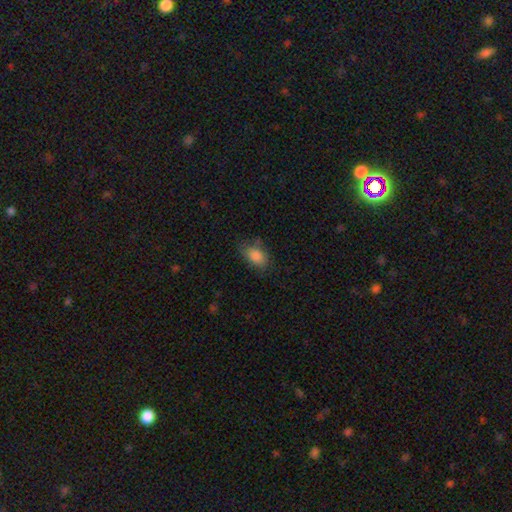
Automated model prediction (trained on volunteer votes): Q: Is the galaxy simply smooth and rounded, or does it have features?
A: smooth — 85%.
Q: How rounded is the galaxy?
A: in between — 87%.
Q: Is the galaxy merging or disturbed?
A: none — 66%.